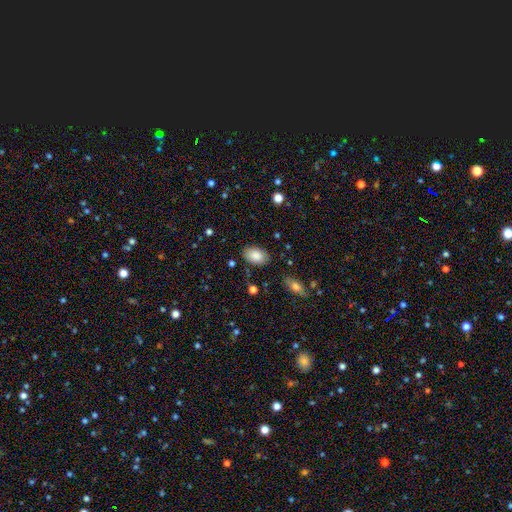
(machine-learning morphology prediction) smooth-or-featured: smooth: 87% | star or artifact: 7% | featured or disk: 6%
  how-rounded: in between: 91% | round: 8% | cigar-shaped: 1%
  merging: none: 84% | minor disturbance: 12% | major disturbance: 3% | merger: 2%